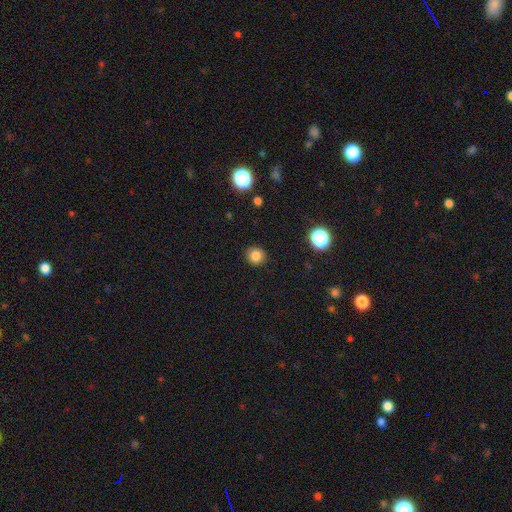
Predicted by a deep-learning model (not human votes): This is clearly a smooth galaxy (83%). How rounded: clearly round (89%). Merging: clearly none (90%).